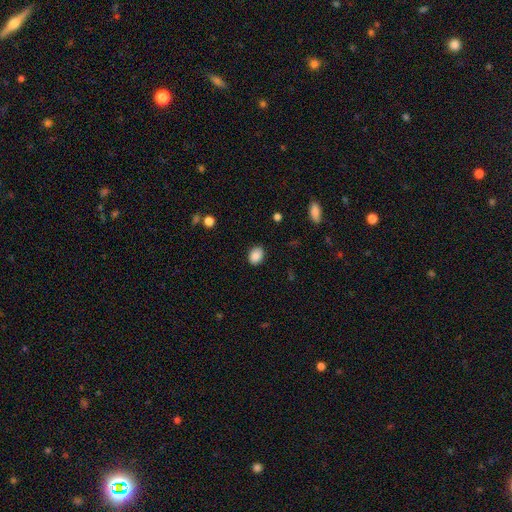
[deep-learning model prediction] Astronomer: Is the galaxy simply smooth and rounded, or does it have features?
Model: smooth — 88%.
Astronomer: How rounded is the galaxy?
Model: in between — 63%.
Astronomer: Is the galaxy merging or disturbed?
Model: none — 87%.